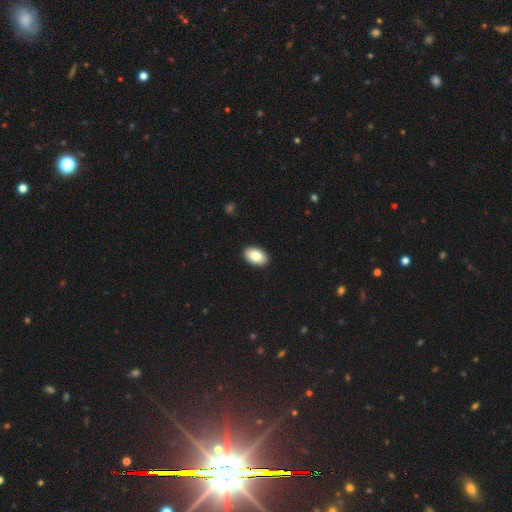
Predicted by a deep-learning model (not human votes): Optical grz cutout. It shows a smooth galaxy with no disk features (84%) that is in between round and cigar-shaped (91%). Merging: none (91%).